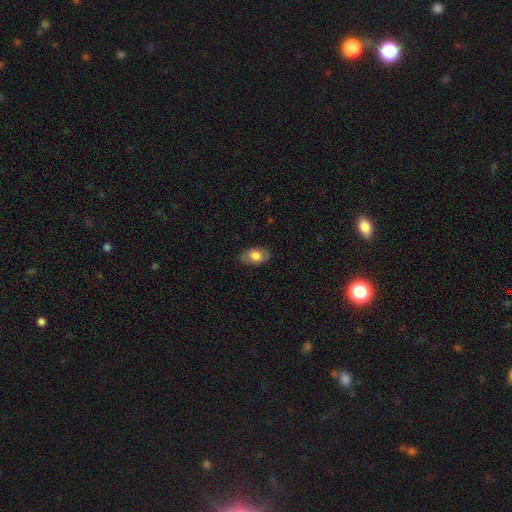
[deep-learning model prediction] Q: Smooth or featured?
A: smooth (76%); runner-up: featured or disk (18%)
Q: How rounded?
A: in between (91%); runner-up: round (7%)
Q: Merging?
A: none (84%); runner-up: minor disturbance (13%)